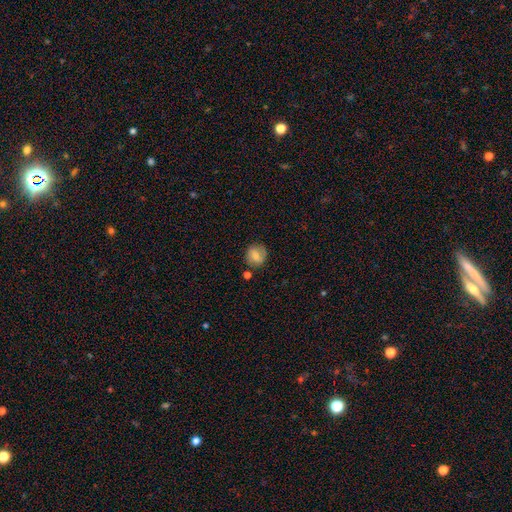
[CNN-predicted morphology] A smooth galaxy with no disk features (66%) that is round (82%). Merging: none (76%).